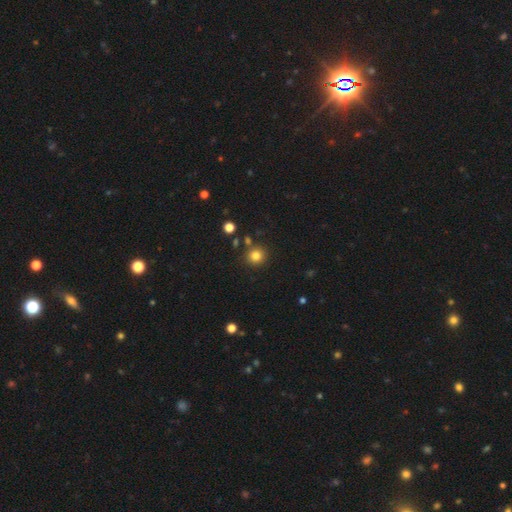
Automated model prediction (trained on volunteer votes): Smooth or featured?
  - smooth: 81% *
  - star or artifact: 13%
  - featured or disk: 6%
How rounded?
  - round: 90% *
  - in between: 9%
  - cigar-shaped: 1%
Merging?
  - none: 84% *
  - minor disturbance: 8%
  - merger: 6%
  - major disturbance: 3%